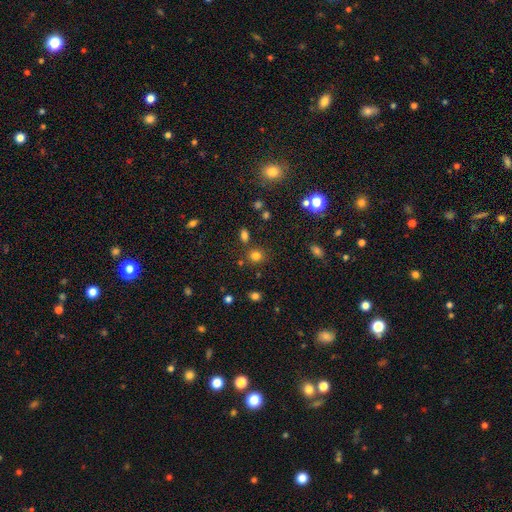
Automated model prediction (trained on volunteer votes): A smooth galaxy with no disk features (78%) that is round (79%).

Vote fractions:
- Smooth or featured? smooth: 78% / star or artifact: 16% / featured or disk: 6%
- How rounded? round: 79% / in between: 19% / cigar-shaped: 1%
- Merging? none: 78% / minor disturbance: 10% / merger: 9% / major disturbance: 4%